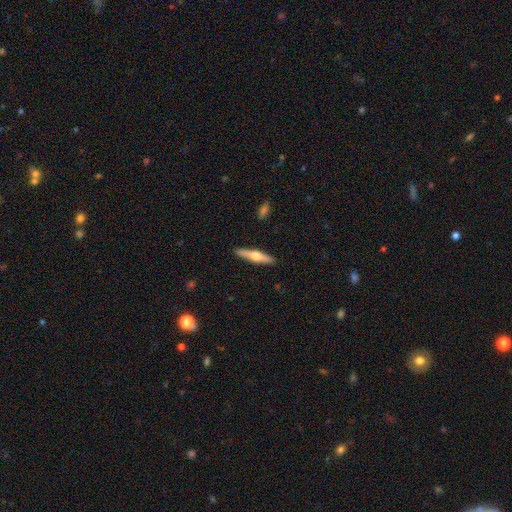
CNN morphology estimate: A featured or disk galaxy (57%) viewed edge-on (96%) with a rounded central bulge (93%).

Vote fractions:
- Smooth or featured? featured or disk: 57% / smooth: 37% / star or artifact: 5%
- Edge-on disk? yes: 96% / no: 4%
- Edge-on bulge? rounded: 93% / boxy: 4% / none: 3%
- Merging? none: 91% / minor disturbance: 7% / major disturbance: 2% / merger: 1%